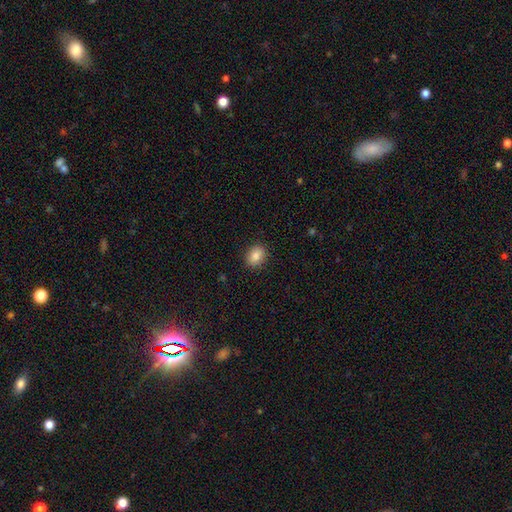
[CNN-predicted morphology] Q: Smooth or featured?
A: smooth (86%); runner-up: star or artifact (9%)
Q: How rounded?
A: in between (61%); runner-up: round (38%)
Q: Merging?
A: none (89%); runner-up: minor disturbance (8%)